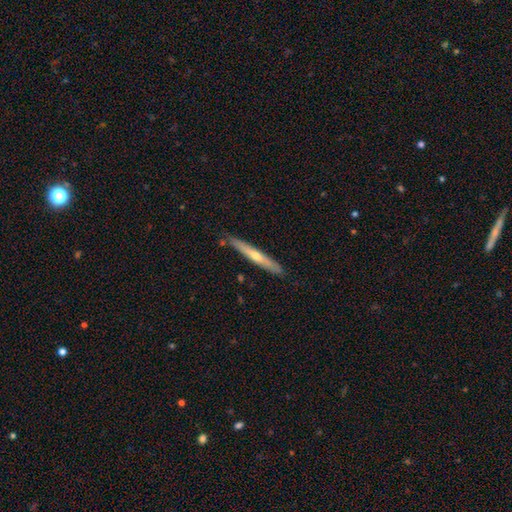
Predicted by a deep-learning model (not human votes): Smooth or featured? Predicted: featured or disk (p=0.56). Edge-on disk? Predicted: yes (p=0.94). Edge-on bulge? Predicted: rounded (p=0.72). Merging? Predicted: none (p=0.86).